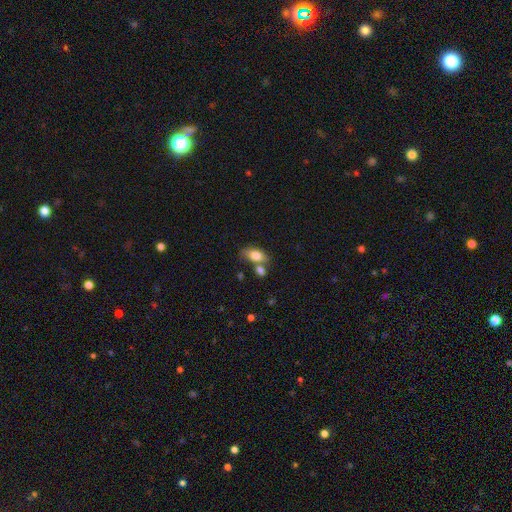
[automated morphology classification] type=smooth (80%); roundness=in between (88%); merging=none (48%).